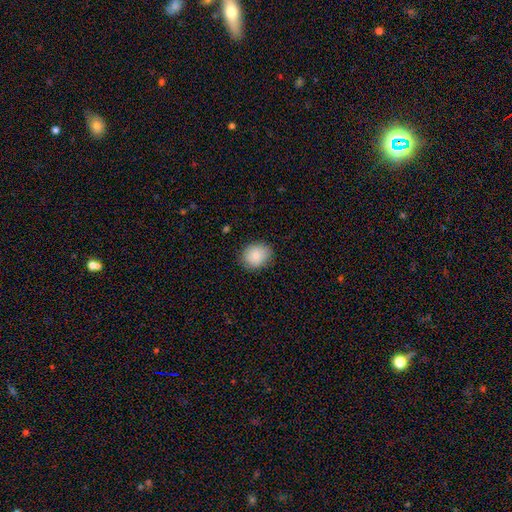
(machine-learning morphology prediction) A smooth galaxy with no disk features (88%) that is round (61%).

Vote fractions:
- Smooth or featured? smooth: 88% / star or artifact: 7% / featured or disk: 5%
- How rounded? round: 61% / in between: 38% / cigar-shaped: 1%
- Merging? none: 83% / minor disturbance: 13% / major disturbance: 3% / merger: 1%